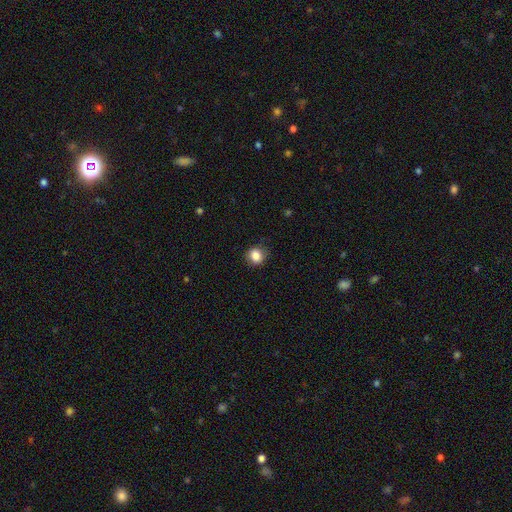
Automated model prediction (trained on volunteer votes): Overall: smooth (85%). How rounded: round (75%). Merging: none (83%).